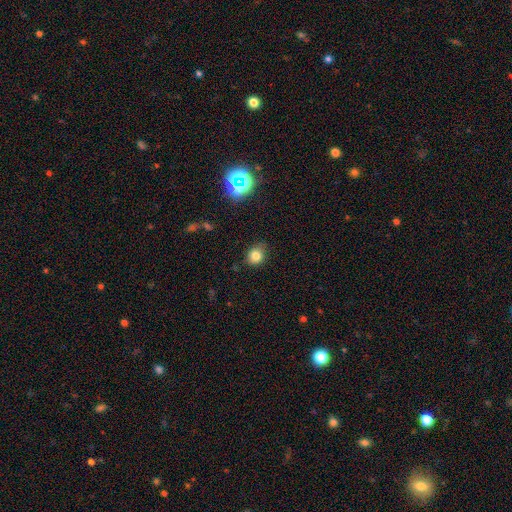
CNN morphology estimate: Smooth or featured? smooth (79%)
How rounded? round (64%)
Merging? none (76%)